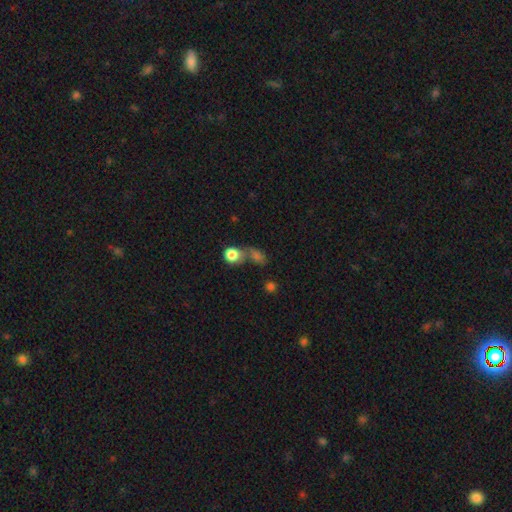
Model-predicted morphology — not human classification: smooth-or-featured: smooth: 62% | star or artifact: 25% | featured or disk: 14%
  how-rounded: round: 66% | in between: 30% | cigar-shaped: 4%
  merging: none: 44% | merger: 35% | minor disturbance: 12% | major disturbance: 10%